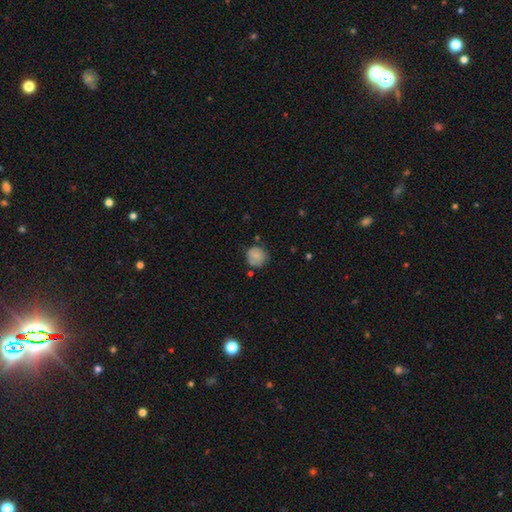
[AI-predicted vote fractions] This appears to be a smooth galaxy with no disk features (81%) that is round (88%). Merging: none (69%).